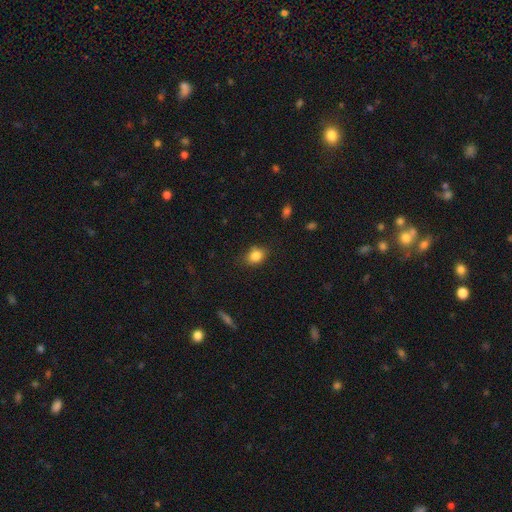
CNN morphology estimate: Smooth or featured?
  - smooth: 84% *
  - star or artifact: 10%
  - featured or disk: 6%
How rounded?
  - in between: 60% *
  - round: 39%
  - cigar-shaped: 1%
Merging?
  - none: 77% *
  - minor disturbance: 17%
  - major disturbance: 4%
  - merger: 2%